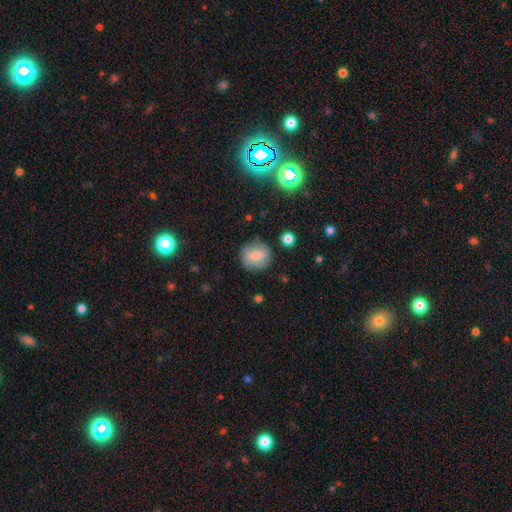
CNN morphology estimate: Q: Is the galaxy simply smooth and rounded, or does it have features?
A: smooth — 70%.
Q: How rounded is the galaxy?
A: round — 87%.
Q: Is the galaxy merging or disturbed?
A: none — 80%.